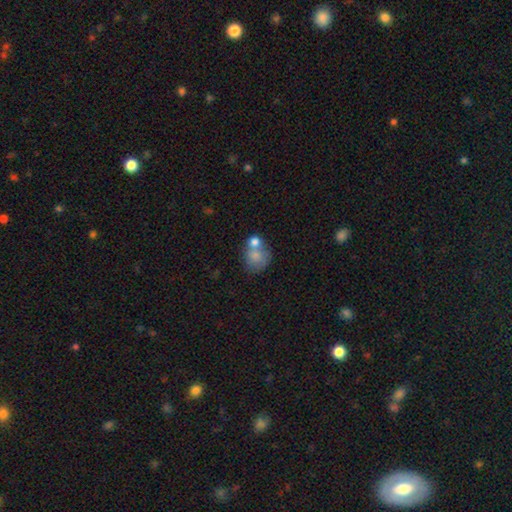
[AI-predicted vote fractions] Smooth or featured?
  - smooth: 75% *
  - featured or disk: 16%
  - star or artifact: 9%
How rounded?
  - round: 71% *
  - in between: 28%
  - cigar-shaped: 1%
Merging?
  - merger: 42% *
  - none: 37%
  - minor disturbance: 14%
  - major disturbance: 7%